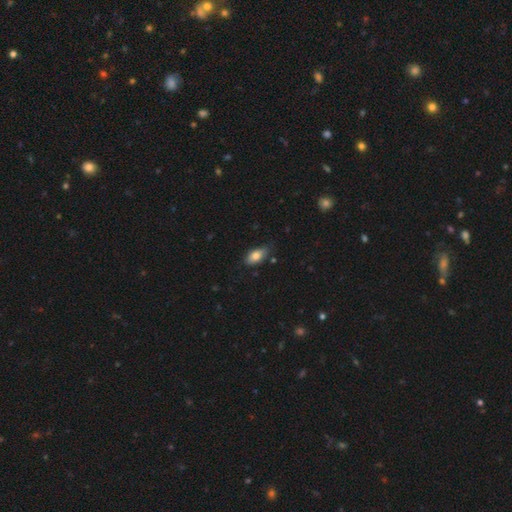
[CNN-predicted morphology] Smooth or featured? Predicted: smooth (p=0.81). How rounded? Predicted: in between (p=0.89). Merging? Predicted: none (p=0.74).